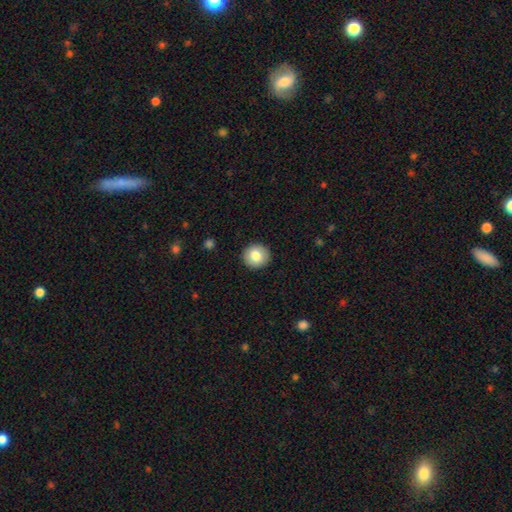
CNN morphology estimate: smooth 82%, featured or disk 10%, star or artifact 8%. Down the decision tree: how rounded — round (90%); merging — none (91%).